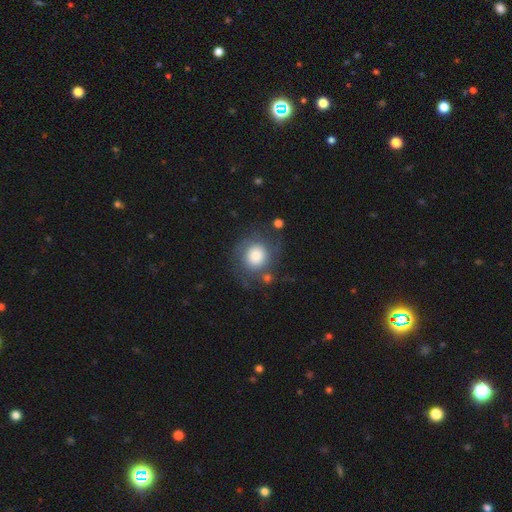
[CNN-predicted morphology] smooth 69%, featured or disk 22%, star or artifact 9%. Down the decision tree: how rounded — round (86%); merging — none (64%).